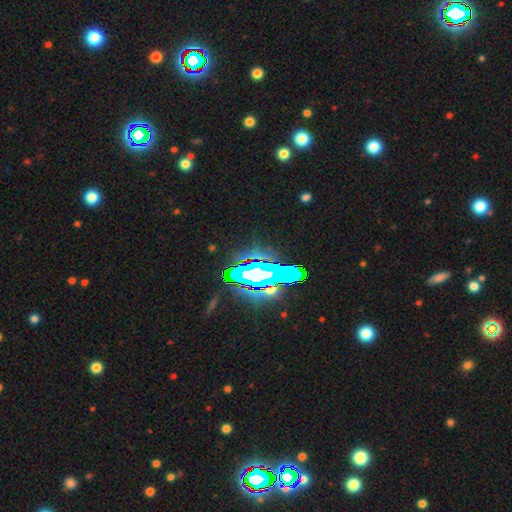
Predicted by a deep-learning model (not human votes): Overall: star or artifact (74%).